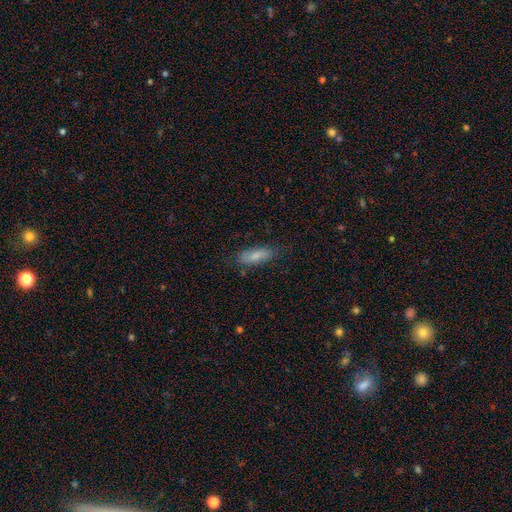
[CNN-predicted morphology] Overall: smooth (75%). How rounded: in between (62%; cigar-shaped 36%). Merging: none (79%).